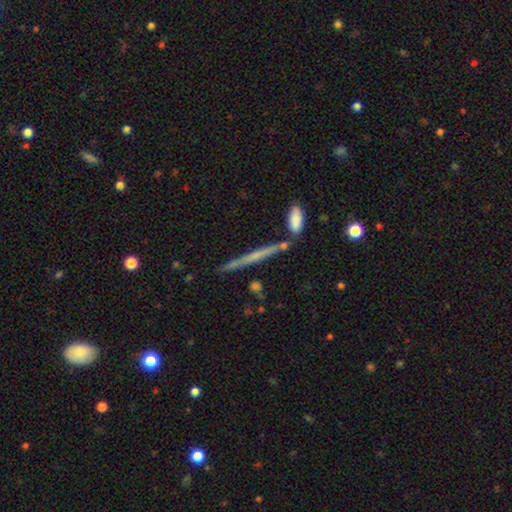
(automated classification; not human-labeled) smooth-or-featured: featured or disk: 52% | smooth: 41% | star or artifact: 7%
  disk-edge-on: yes: 97% | no: 3%
    edge-on-bulge: none: 77% | rounded: 17% | boxy: 6%
  merging: none: 83% | minor disturbance: 9% | merger: 6% | major disturbance: 2%